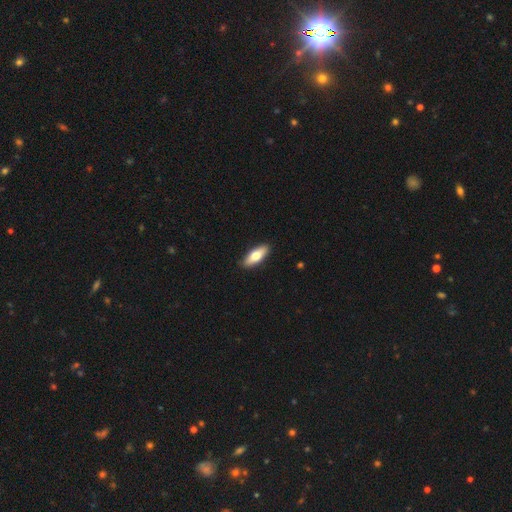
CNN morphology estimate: Q: Smooth or featured?
A: smooth (69%); runner-up: featured or disk (26%)
Q: How rounded?
A: in between (68%); runner-up: cigar-shaped (29%)
Q: Merging?
A: none (90%); runner-up: minor disturbance (8%)